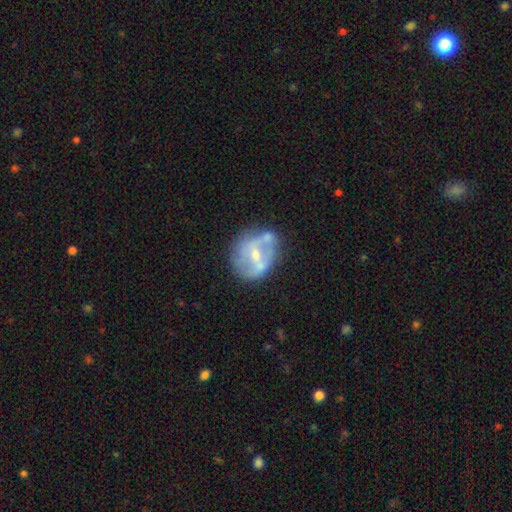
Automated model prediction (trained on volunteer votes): Smooth or featured? featured or disk (67%)
Edge-on disk? no (96%)
Bar? weak (38%)
Spiral arms? no (62%)
Bulge size? moderate (48%)
Merging? none (52%)